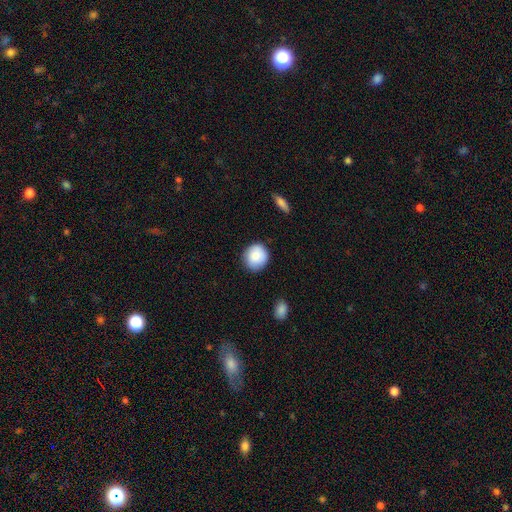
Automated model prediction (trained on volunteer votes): Smooth or featured: smooth — 84% (featured or disk — 9%)
How rounded: round — 88% (in between — 11%)
Merging: none — 84% (minor disturbance — 12%)